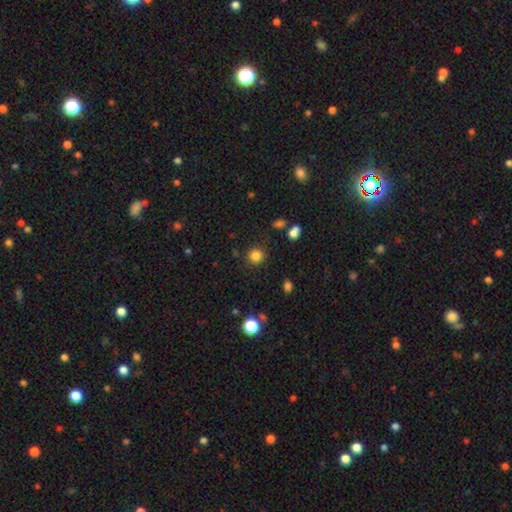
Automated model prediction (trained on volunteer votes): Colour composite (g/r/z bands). It shows a smooth galaxy with no disk features (82%) that is round (91%). Merging: none (87%).